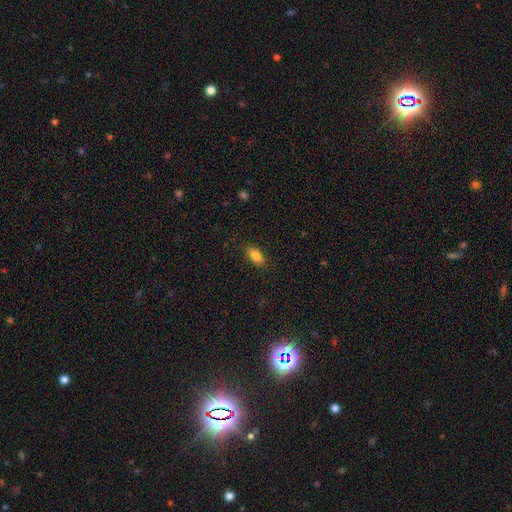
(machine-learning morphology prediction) smooth_or_featured: smooth (p=0.83) [alt: featured or disk p=0.09]
how_rounded: in between (p=0.88) [alt: cigar-shaped p=0.07]
merging: none (p=0.86) [alt: minor disturbance p=0.11]